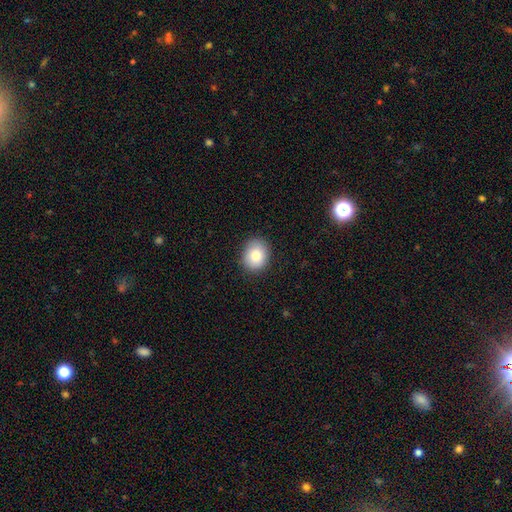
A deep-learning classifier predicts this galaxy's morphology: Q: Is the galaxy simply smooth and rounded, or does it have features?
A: smooth — 82%.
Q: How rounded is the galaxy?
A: round — 61%.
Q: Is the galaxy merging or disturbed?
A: none — 87%.